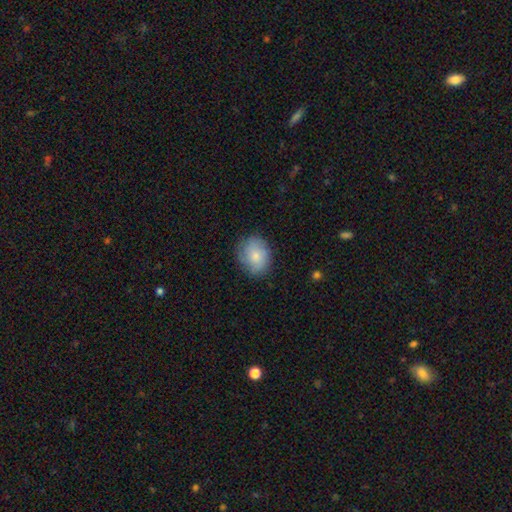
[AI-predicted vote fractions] This is likely a smooth galaxy (78%). How rounded: possibly round (54%). Merging: likely none (78%).